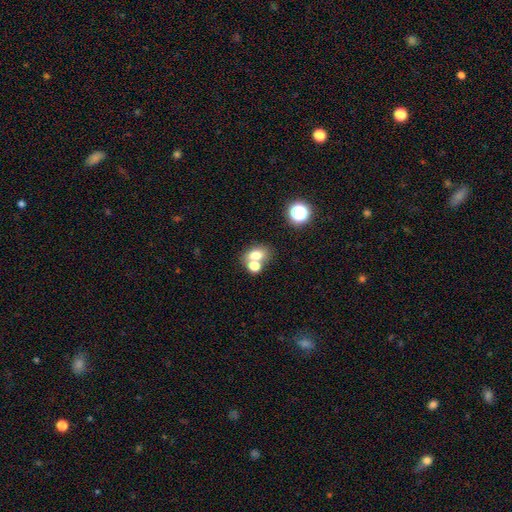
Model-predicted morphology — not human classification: The model was most divided on "merging": none: 48%, merger: 39%, minor disturbance: 9%, major disturbance: 4%. More confident: smooth or featured — smooth (72%); how rounded — in between (59%).